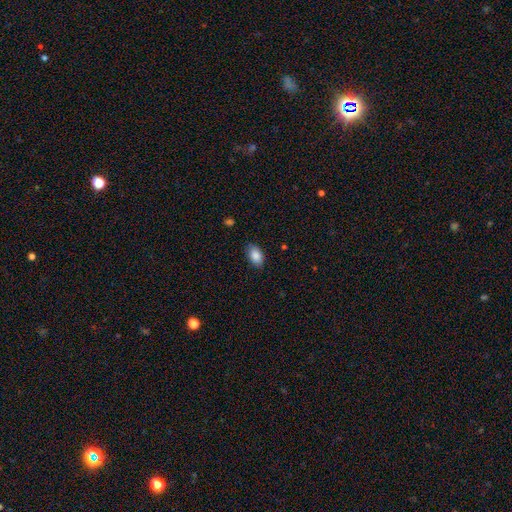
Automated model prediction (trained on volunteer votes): Smooth or featured? smooth (88%)
How rounded? in between (92%)
Merging? none (84%)